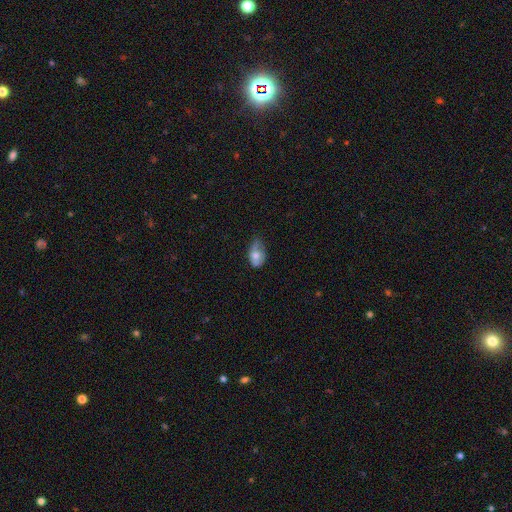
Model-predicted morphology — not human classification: type=smooth (64%); roundness=in between (86%); merging=minor disturbance (44%).